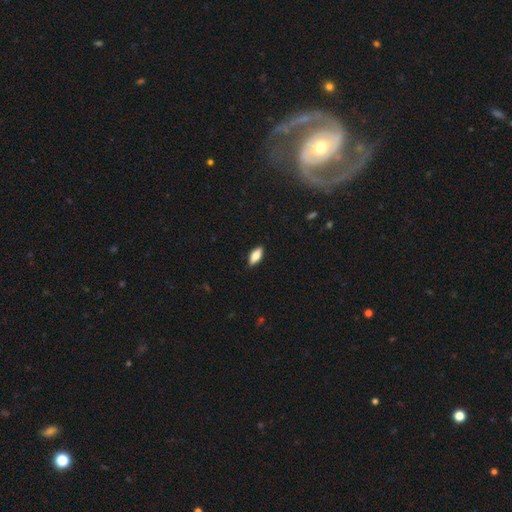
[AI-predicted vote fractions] smooth 69%, featured or disk 24%, star or artifact 7%. Down the decision tree: how rounded — in between (76%); merging — none (88%).